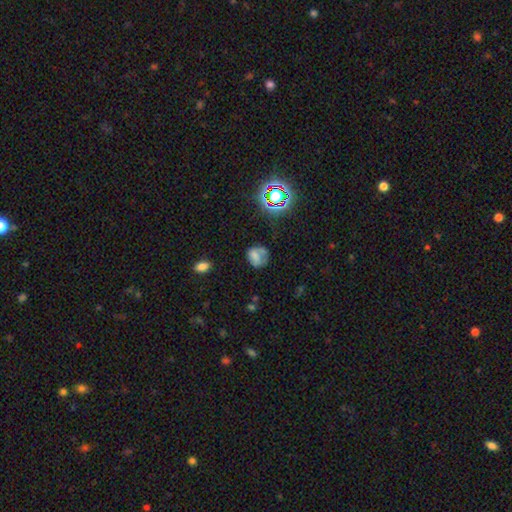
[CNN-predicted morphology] This is possibly a smooth galaxy (57%). How rounded: possibly round (59%). Merging: possibly none (45%).